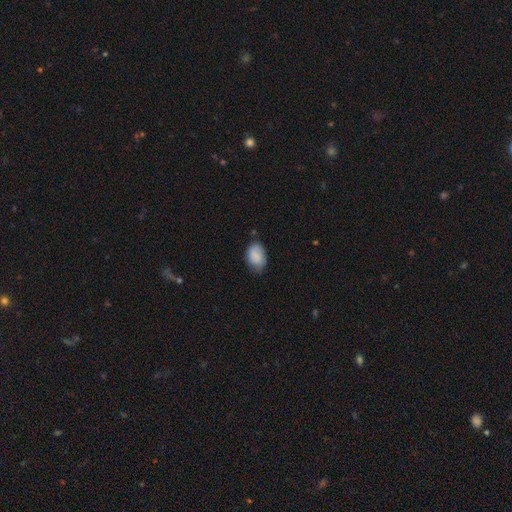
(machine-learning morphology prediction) Smooth or featured?
  - smooth: 81% *
  - featured or disk: 12%
  - star or artifact: 7%
How rounded?
  - in between: 84% *
  - round: 15%
  - cigar-shaped: 1%
Merging?
  - none: 64% *
  - minor disturbance: 28%
  - major disturbance: 6%
  - merger: 2%